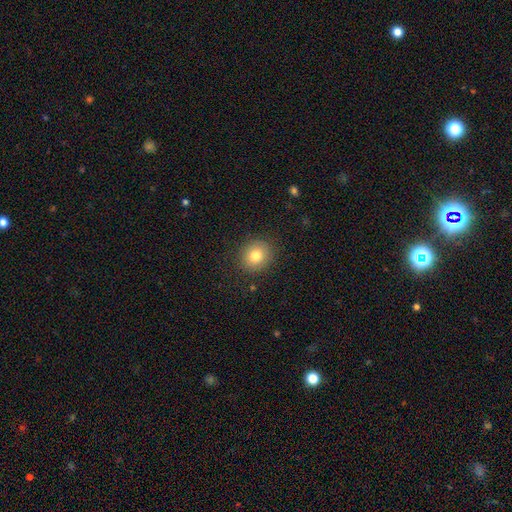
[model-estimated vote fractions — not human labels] This appears to be a smooth galaxy with no disk features (79%) that is round (81%). Merging: none (88%).